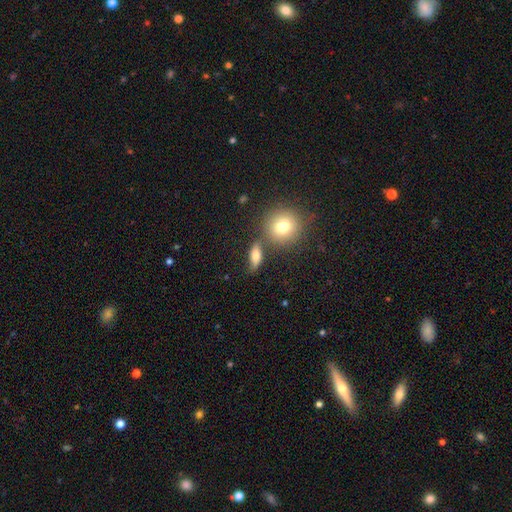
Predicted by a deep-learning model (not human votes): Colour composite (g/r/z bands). It shows a smooth galaxy with no disk features (71%) that is in between round and cigar-shaped (64%). Merging: none (62%).